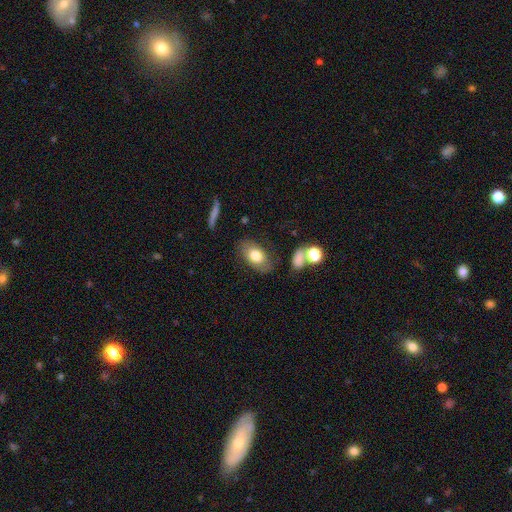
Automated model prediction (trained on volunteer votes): The model was most divided on "smooth or featured": smooth: 72%, featured or disk: 20%, star or artifact: 8%. More confident: how rounded — in between (90%); merging — none (76%).